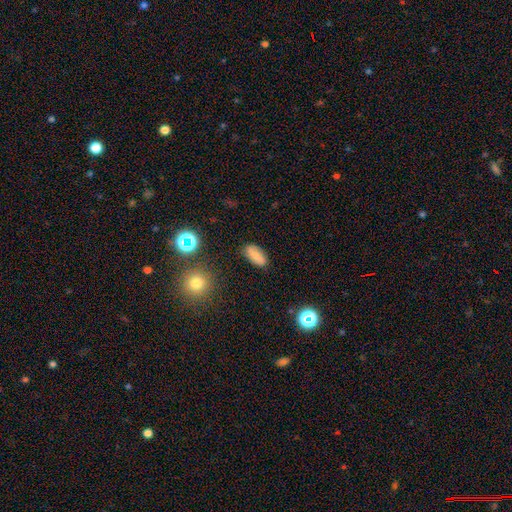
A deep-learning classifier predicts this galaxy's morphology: Smooth or featured? smooth (64%)
How rounded? in between (88%)
Merging? none (83%)